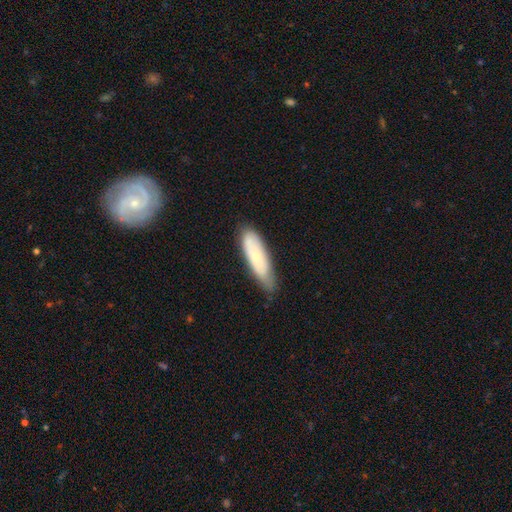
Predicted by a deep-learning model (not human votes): A smooth galaxy with no disk features (64%) that is cigar-shaped (56%).

Vote fractions:
- Smooth or featured? smooth: 64% / featured or disk: 29% / star or artifact: 6%
- How rounded? cigar-shaped: 56% / in between: 42% / round: 2%
- Merging? none: 66% / minor disturbance: 27% / major disturbance: 5% / merger: 2%